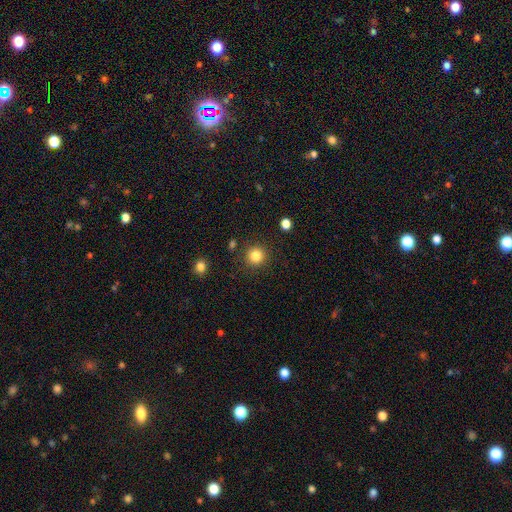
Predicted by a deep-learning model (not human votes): smooth-or-featured: smooth: 84% | star or artifact: 11% | featured or disk: 5%
  how-rounded: round: 93% | in between: 6% | cigar-shaped: 1%
  merging: none: 88% | minor disturbance: 7% | major disturbance: 3% | merger: 2%